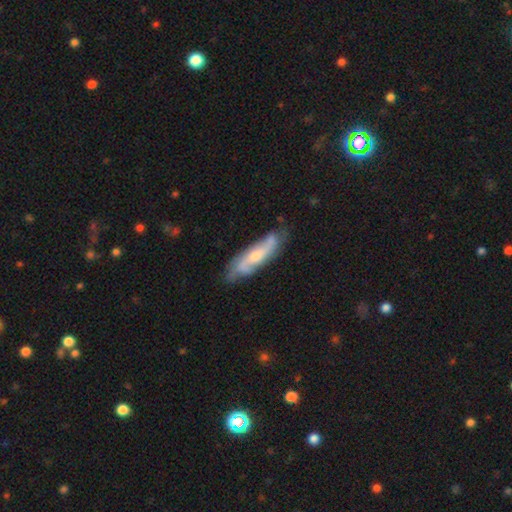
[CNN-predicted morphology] smooth-or-featured: featured or disk: 69% | smooth: 25% | star or artifact: 6%
  disk-edge-on: no: 76% | yes: 24%
    bar: no: 57% | weak: 33% | strong: 10%
    has-spiral-arms: yes: 92% | no: 8%
    bulge-size: moderate: 47% | small: 43% | none: 4% | large: 4% | dominant: 1%
  merging: none: 71% | minor disturbance: 21% | major disturbance: 6% | merger: 2%